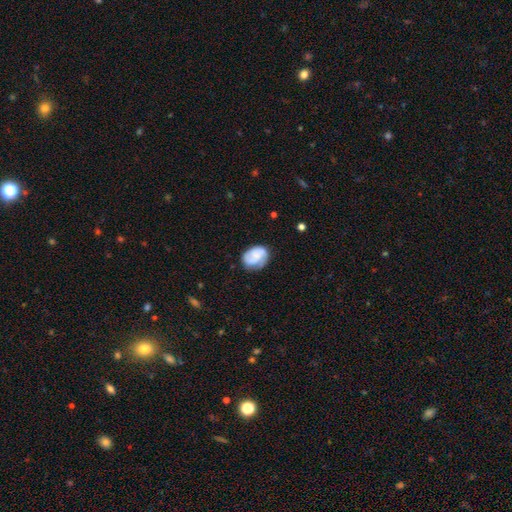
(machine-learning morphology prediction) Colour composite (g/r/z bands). It shows a smooth galaxy with no disk features (46%, tied with featured or disk). Merging: none (66%).